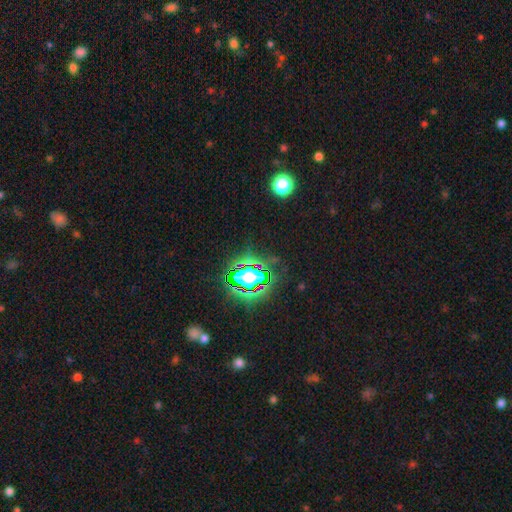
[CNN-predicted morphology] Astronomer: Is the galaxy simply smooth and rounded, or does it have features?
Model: star or artifact — 81%.